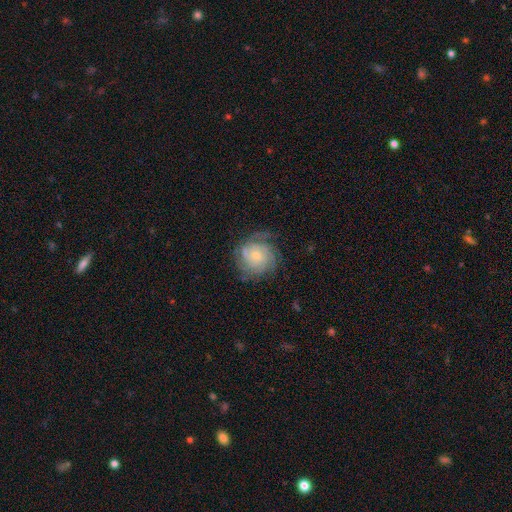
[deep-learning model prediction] Smooth or featured?
  - featured or disk: 78% *
  - smooth: 15%
  - star or artifact: 8%
Edge-on disk?
  - no: 98% *
  - yes: 2%
Bar?
  - no: 75% *
  - weak: 21%
  - strong: 3%
Spiral arms?
  - yes: 96% *
  - no: 4%
Spiral winding?
  - tight: 69% *
  - medium: 25%
  - loose: 6%
Spiral arm count?
  - can't tell: 30% *
  - 4: 22%
  - 3: 20%
  - 2: 12%
  - more than 4: 9%
  - 1: 7%
Bulge size?
  - small: 69% *
  - moderate: 26%
  - none: 2%
  - large: 2%
  - dominant: 1%
Merging?
  - none: 74% *
  - minor disturbance: 17%
  - major disturbance: 8%
  - merger: 1%